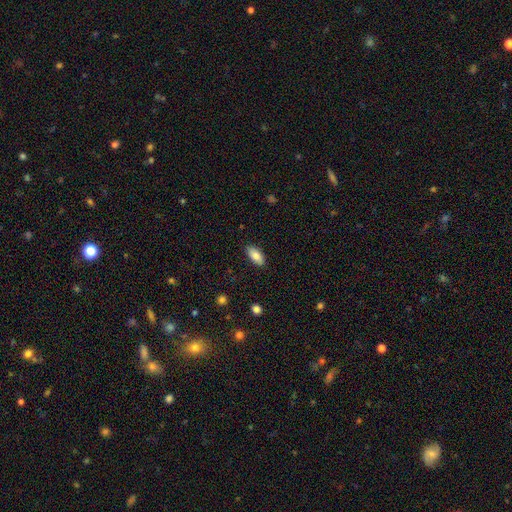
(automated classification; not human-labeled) Smooth or featured: smooth — 85% (featured or disk — 9%)
How rounded: in between — 89% (cigar-shaped — 9%)
Merging: none — 87% (minor disturbance — 10%)